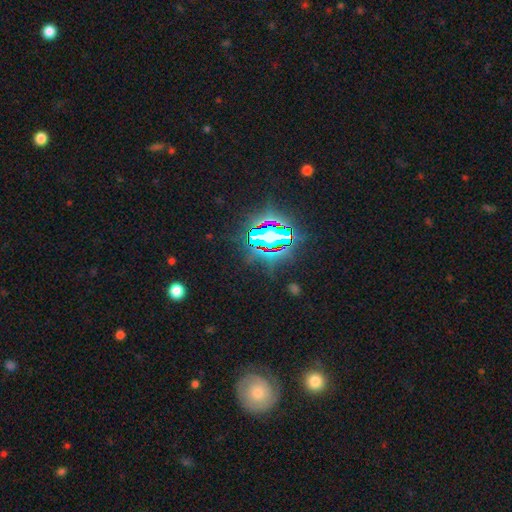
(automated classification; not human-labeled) Overall: star or artifact (81%).